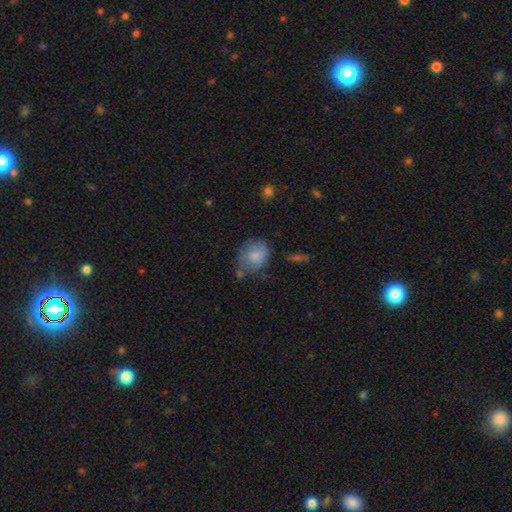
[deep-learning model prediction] Smooth or featured? smooth (76%)
How rounded? in between (52%)
Merging? none (44%)